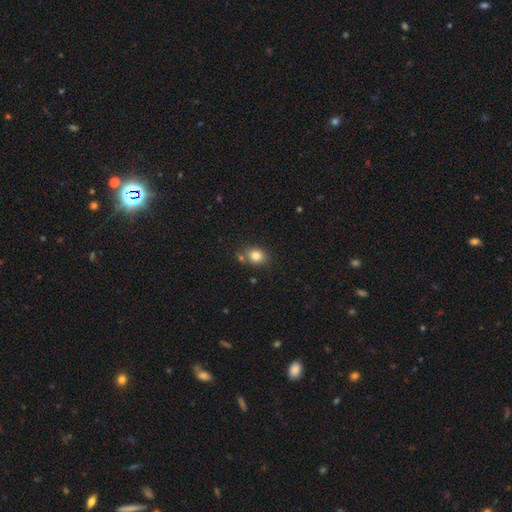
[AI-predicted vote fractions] Smooth or featured?
  - smooth: 82% *
  - star or artifact: 11%
  - featured or disk: 8%
How rounded?
  - round: 58% *
  - in between: 41%
  - cigar-shaped: 1%
Merging?
  - none: 70% *
  - minor disturbance: 14%
  - merger: 13%
  - major disturbance: 4%